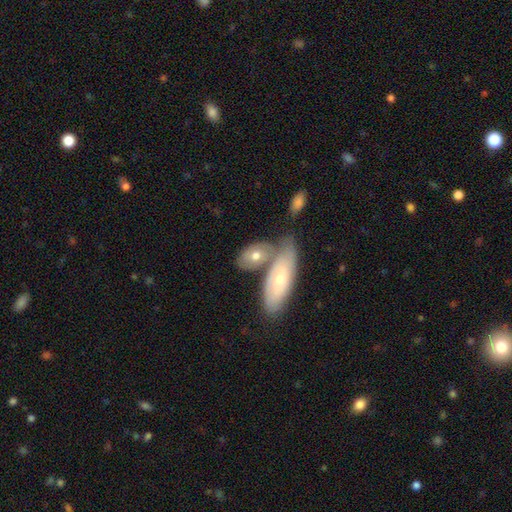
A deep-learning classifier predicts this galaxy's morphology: Smooth or featured? Predicted: smooth (p=0.58). How rounded? Predicted: in between (p=0.84). Merging? Predicted: merger (p=0.42).